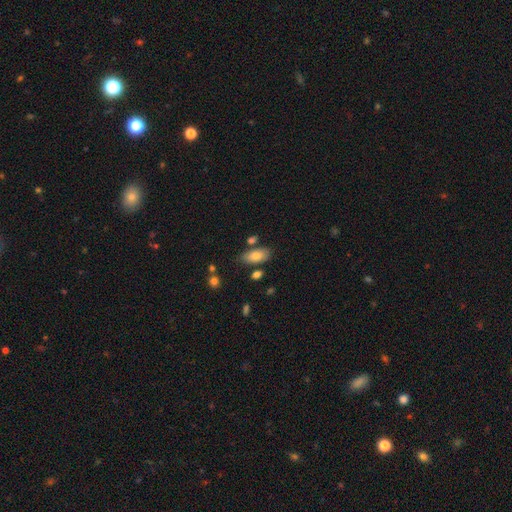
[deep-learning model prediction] A smooth galaxy with no disk features (79%) that is in between round and cigar-shaped (91%).

Vote fractions:
- Smooth or featured? smooth: 79% / featured or disk: 14% / star or artifact: 7%
- How rounded? in between: 91% / cigar-shaped: 6% / round: 3%
- Merging? none: 72% / minor disturbance: 15% / merger: 9% / major disturbance: 4%